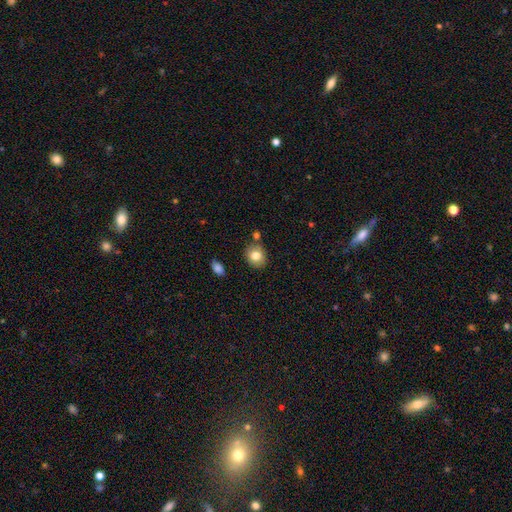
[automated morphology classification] Q: Smooth or featured?
A: smooth (79%); runner-up: featured or disk (12%)
Q: How rounded?
A: round (62%); runner-up: in between (37%)
Q: Merging?
A: none (76%); runner-up: minor disturbance (13%)